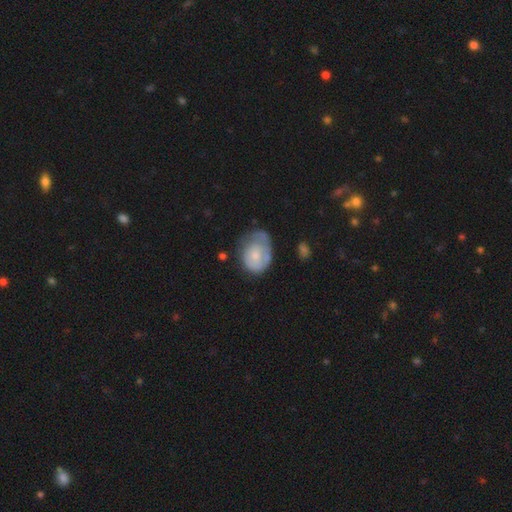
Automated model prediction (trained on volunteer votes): Q: Smooth or featured?
A: smooth (53%); runner-up: featured or disk (40%)
Q: How rounded?
A: in between (57%); runner-up: round (42%)
Q: Merging?
A: none (38%); runner-up: minor disturbance (34%)